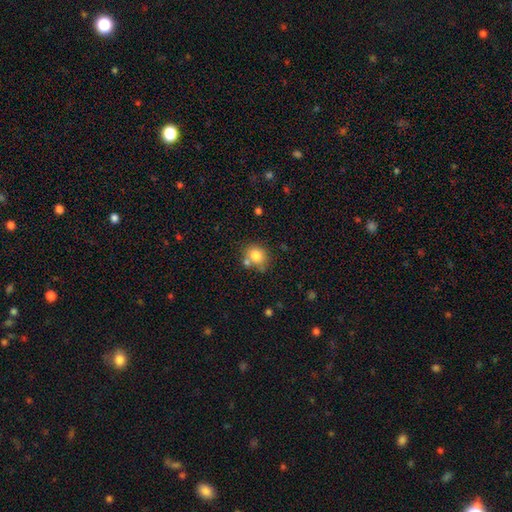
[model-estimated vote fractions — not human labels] A smooth galaxy with no disk features (80%) that is round (65%). Merging: none (59%).